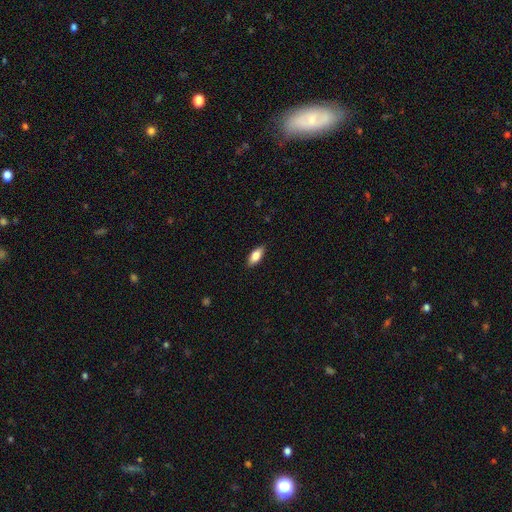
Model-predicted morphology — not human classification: This appears to be a smooth galaxy with no disk features (79%) that is in between round and cigar-shaped (83%). Merging: none (87%).